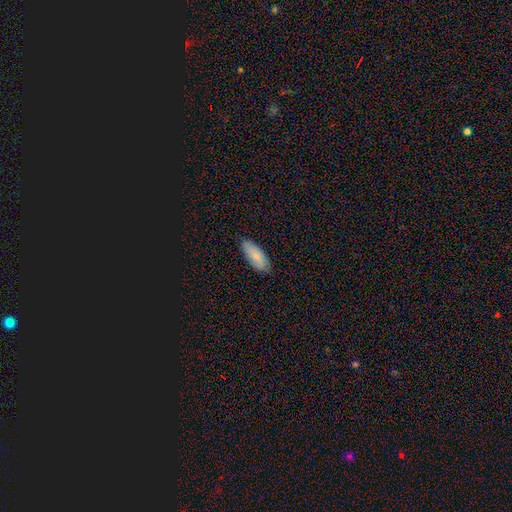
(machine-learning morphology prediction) This appears to be a smooth galaxy with no disk features (84%) that is in between round and cigar-shaped (77%). Merging: none (85%).